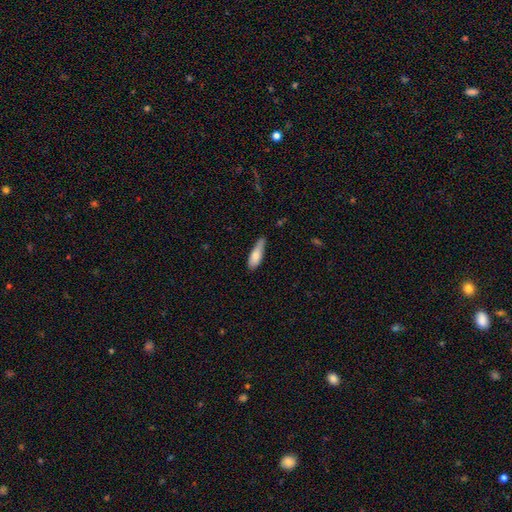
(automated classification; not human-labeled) Morphology: type=smooth (78%); roundness=cigar-shaped (49%, tied with in between); merging=none (51%).